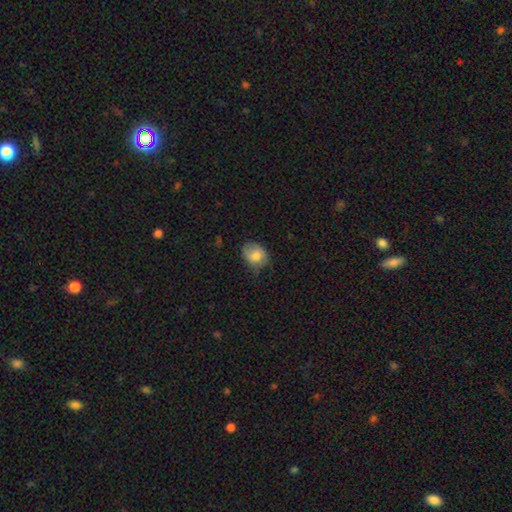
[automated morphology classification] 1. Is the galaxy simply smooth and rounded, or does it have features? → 79% smooth, 14% featured or disk, 8% star or artifact.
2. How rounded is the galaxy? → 55% in between, 45% round, 1% cigar-shaped.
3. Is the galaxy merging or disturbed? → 52% none, 36% minor disturbance, 11% major disturbance, 1% merger.